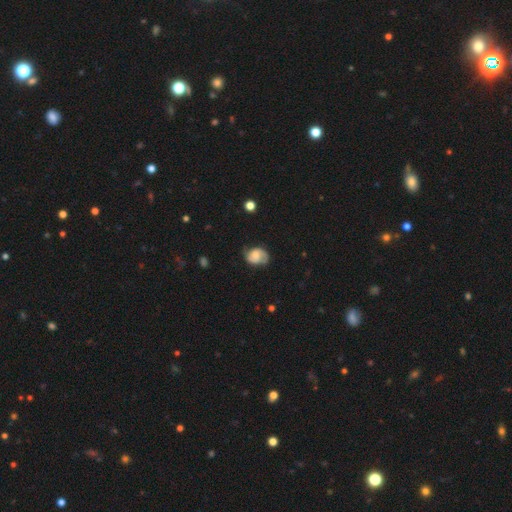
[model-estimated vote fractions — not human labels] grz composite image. It shows a featured or disk galaxy (61%) with no bar (60%), 2 (82%) medium (44%) spiral arms (91%) and a moderate central bulge (40%). Merging: none (67%).